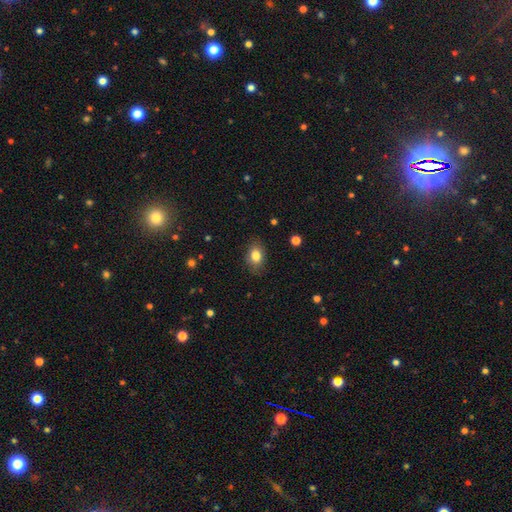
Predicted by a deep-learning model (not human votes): This appears to be a smooth galaxy with no disk features (82%) that is in between round and cigar-shaped (77%). Merging: none (84%).